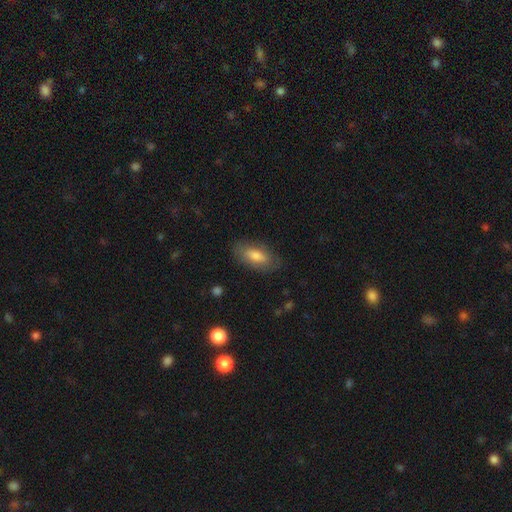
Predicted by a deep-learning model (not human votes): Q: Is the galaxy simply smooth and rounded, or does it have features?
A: smooth — 74%.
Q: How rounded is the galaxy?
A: in between — 84%.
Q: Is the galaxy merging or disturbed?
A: none — 81%.